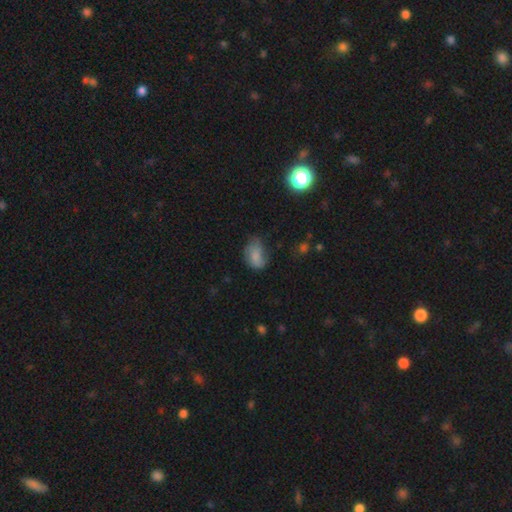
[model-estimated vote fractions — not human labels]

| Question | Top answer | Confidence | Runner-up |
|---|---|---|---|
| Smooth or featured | smooth | 71% | featured or disk (20%) |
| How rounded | in between | 82% | round (17%) |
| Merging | none | 43% | minor disturbance (36%) |